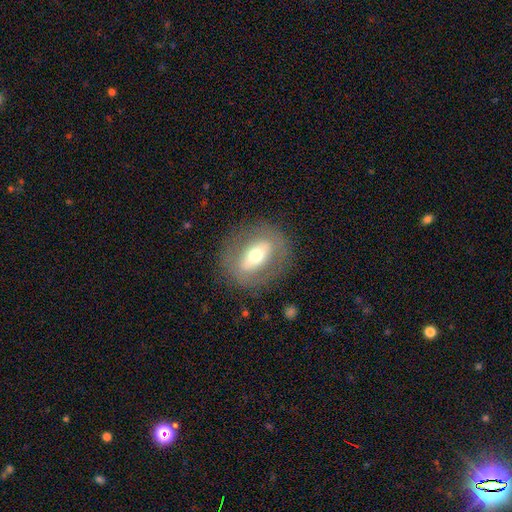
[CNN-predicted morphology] Overall: featured or disk (53%; smooth 39%). Edge-on disk: no (76%). Merging: none (81%).